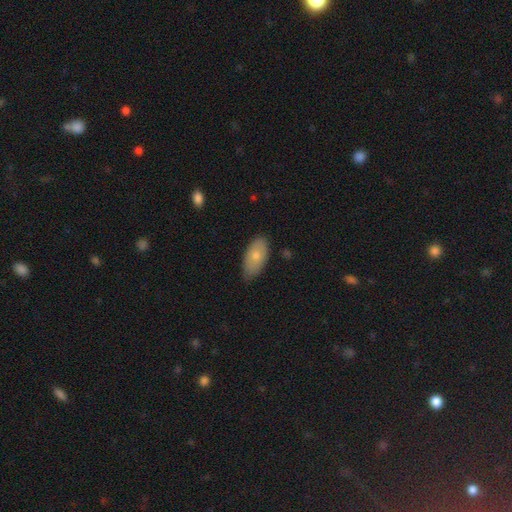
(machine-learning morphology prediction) Overall: smooth (75%). How rounded: in between (93%). Merging: none (73%).